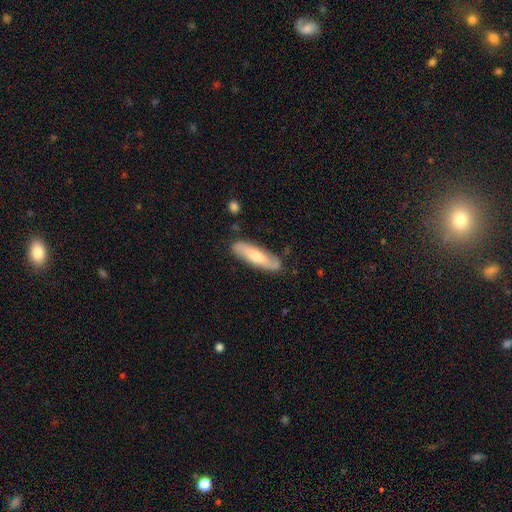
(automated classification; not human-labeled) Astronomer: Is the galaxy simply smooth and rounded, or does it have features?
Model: featured or disk — 49% (runner-up: smooth, 45%).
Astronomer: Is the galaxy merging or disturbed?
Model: none — 81%.